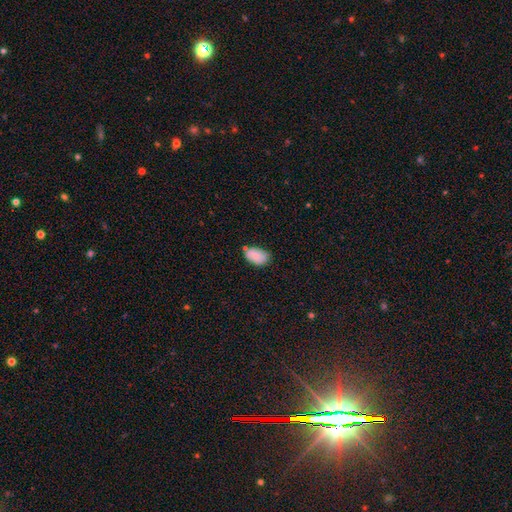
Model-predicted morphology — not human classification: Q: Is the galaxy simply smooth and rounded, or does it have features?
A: smooth — 81%.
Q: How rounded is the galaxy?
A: in between — 91%.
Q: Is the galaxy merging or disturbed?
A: none — 63%.